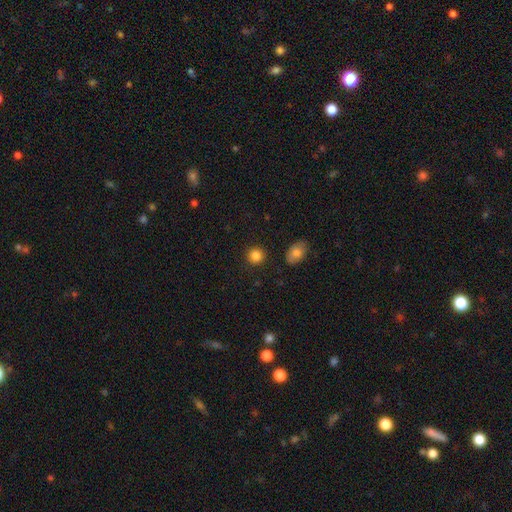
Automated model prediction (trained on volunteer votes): This is clearly a smooth galaxy (85%). How rounded: clearly round (90%). Merging: clearly none (90%).